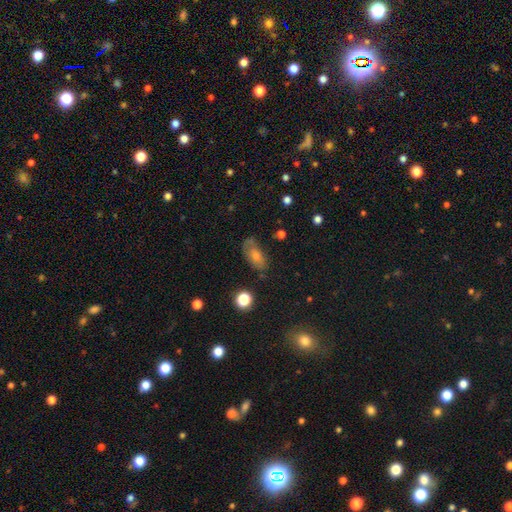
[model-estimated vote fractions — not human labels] Overall: smooth (48%; featured or disk 32%). Merging: none (68%).